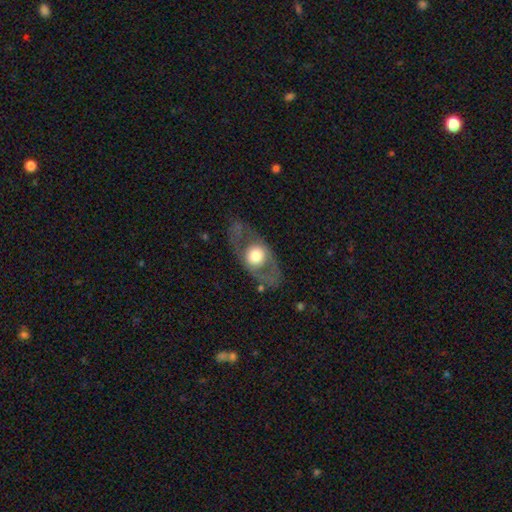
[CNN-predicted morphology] Overall: featured or disk (56%; smooth 38%). Edge-on disk: no (83%). Merging: none (70%).